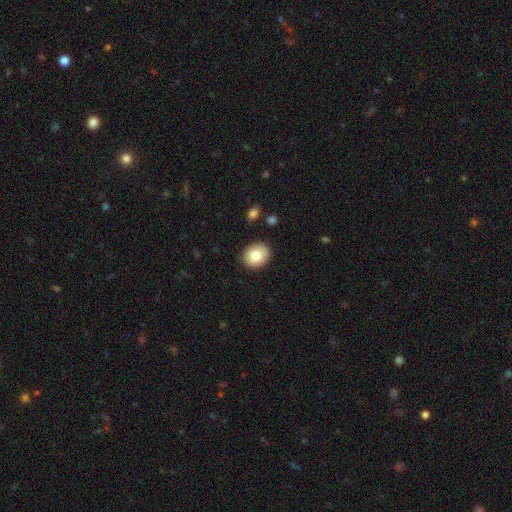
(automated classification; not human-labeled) The model was most divided on "how rounded": round: 56%, in between: 44%, cigar-shaped: 1%. More confident: merging — none (88%); smooth or featured — smooth (80%).